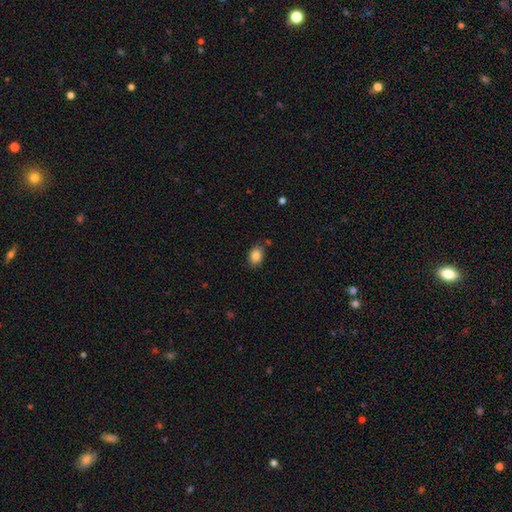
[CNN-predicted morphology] smooth 86%, star or artifact 9%, featured or disk 5%. Down the decision tree: how rounded — in between (78%); merging — none (80%).